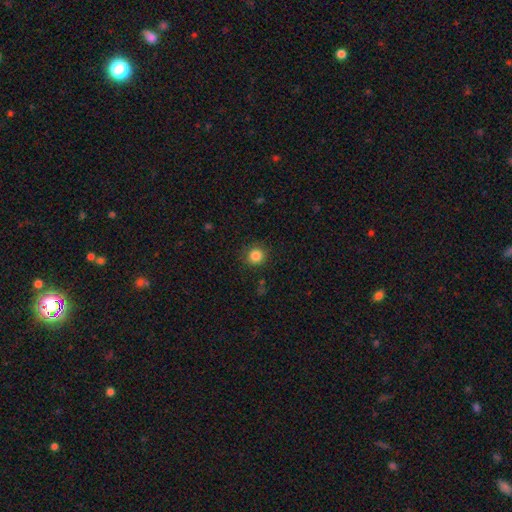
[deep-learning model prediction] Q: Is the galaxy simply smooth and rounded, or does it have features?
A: smooth — 85%.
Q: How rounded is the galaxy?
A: round — 92%.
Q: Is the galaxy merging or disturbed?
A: none — 87%.